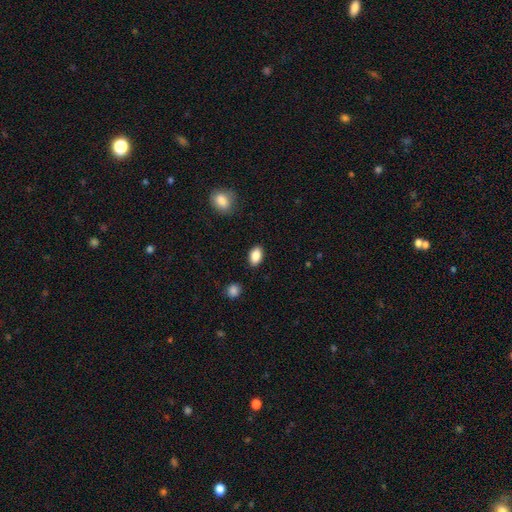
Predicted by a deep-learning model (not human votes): Morphology: type=smooth (87%); roundness=in between (90%); merging=none (88%).